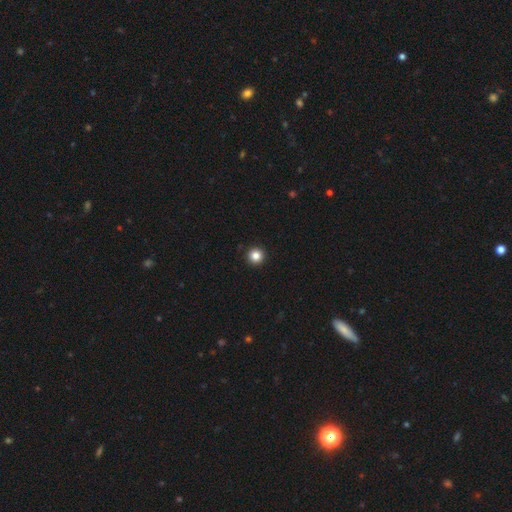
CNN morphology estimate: A smooth galaxy with no disk features (84%) that is round (96%). Merging: none (94%).